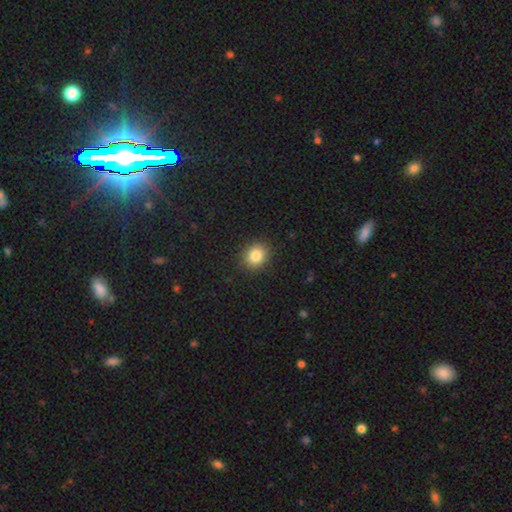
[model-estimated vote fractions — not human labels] Overall: smooth (85%). How rounded: round (71%). Merging: none (89%).